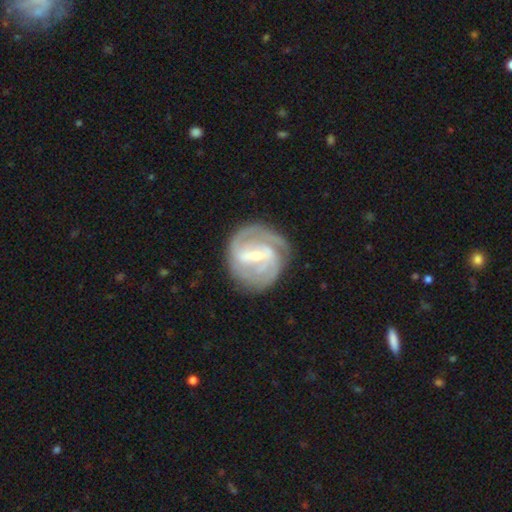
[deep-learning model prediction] Q: Smooth or featured?
A: featured or disk (87%); runner-up: smooth (8%)
Q: Edge-on disk?
A: no (97%); runner-up: yes (3%)
Q: Bar?
A: strong (50%); runner-up: weak (40%)
Q: Spiral arms?
A: yes (95%); runner-up: no (5%)
Q: Spiral winding?
A: tight (56%); runner-up: medium (36%)
Q: Spiral arm count?
A: 2 (52%); runner-up: 3 (20%)
Q: Bulge size?
A: small (63%); runner-up: moderate (33%)
Q: Merging?
A: none (73%); runner-up: minor disturbance (17%)